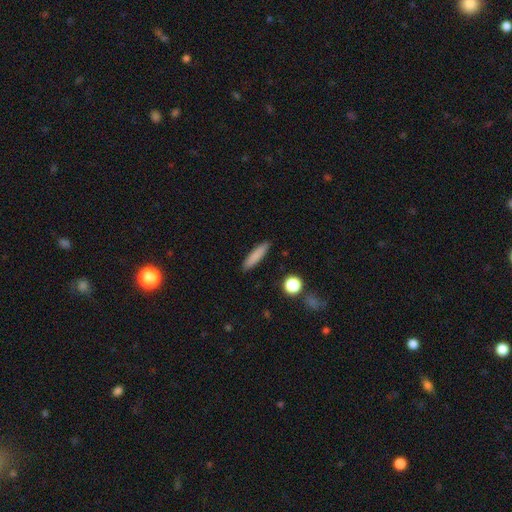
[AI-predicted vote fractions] Overall: smooth (83%). How rounded: cigar-shaped (81%). Merging: none (89%).